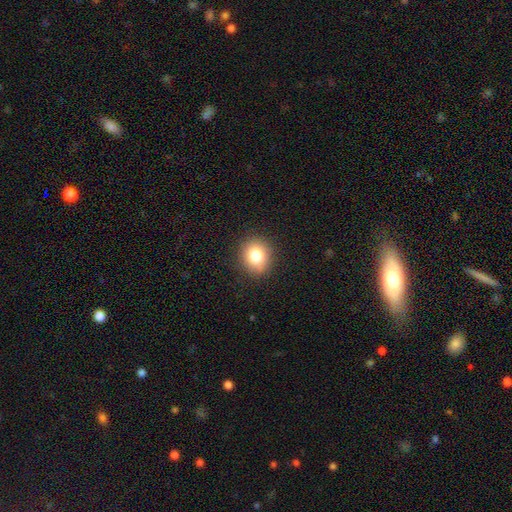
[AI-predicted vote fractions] smooth-or-featured: smooth: 82% | star or artifact: 10% | featured or disk: 8%
  how-rounded: round: 64% | in between: 35% | cigar-shaped: 1%
  merging: none: 87% | minor disturbance: 9% | major disturbance: 3% | merger: 1%